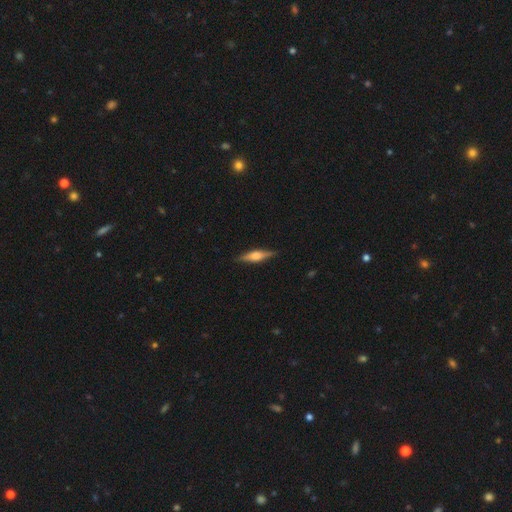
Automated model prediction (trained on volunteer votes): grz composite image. It shows a featured or disk galaxy (58%) viewed edge-on (96%) with a rounded central bulge (81%). Merging: none (87%).